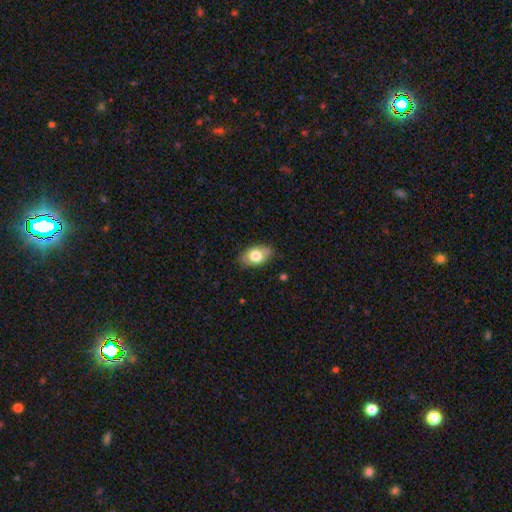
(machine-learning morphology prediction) A smooth galaxy with no disk features (74%) that is in between round and cigar-shaped (87%). Merging: none (77%).